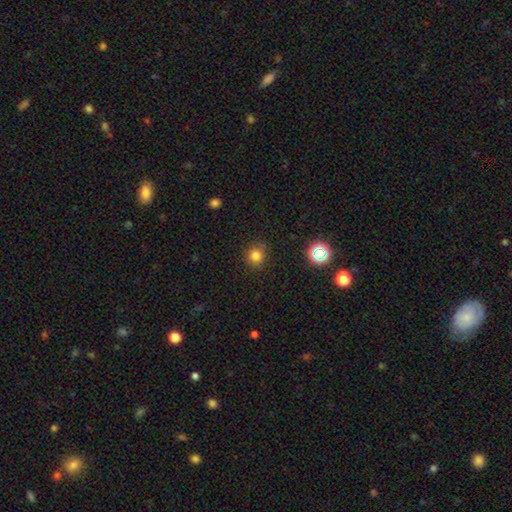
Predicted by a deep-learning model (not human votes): Smooth or featured?
  - smooth: 79% *
  - star or artifact: 16%
  - featured or disk: 5%
How rounded?
  - round: 90% *
  - in between: 9%
  - cigar-shaped: 1%
Merging?
  - none: 86% *
  - minor disturbance: 10%
  - major disturbance: 3%
  - merger: 2%